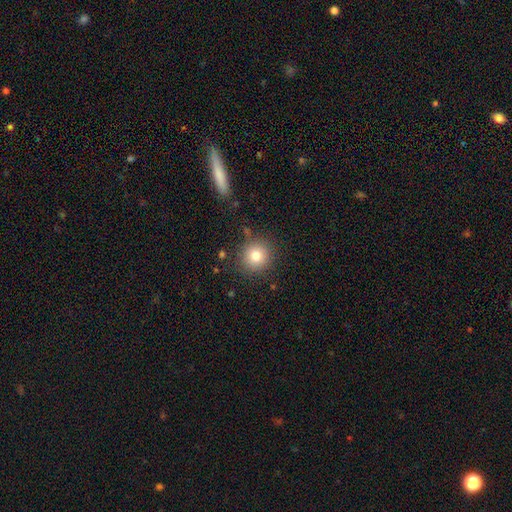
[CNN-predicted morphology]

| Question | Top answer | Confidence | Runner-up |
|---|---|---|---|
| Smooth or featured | smooth | 79% | star or artifact (12%) |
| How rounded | round | 92% | in between (7%) |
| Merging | none | 86% | minor disturbance (8%) |